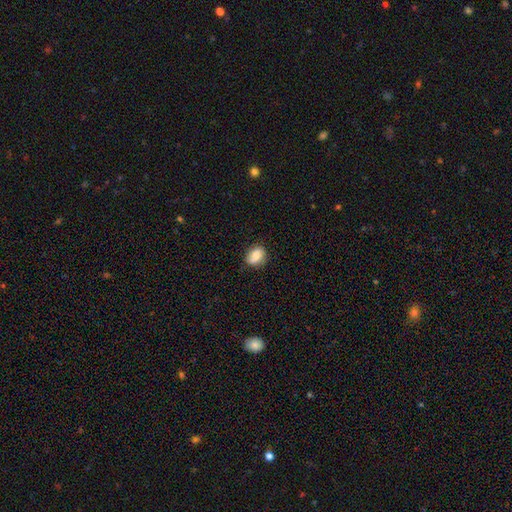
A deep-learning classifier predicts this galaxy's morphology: type=smooth (79%); roundness=in between (57%); merging=none (71%).